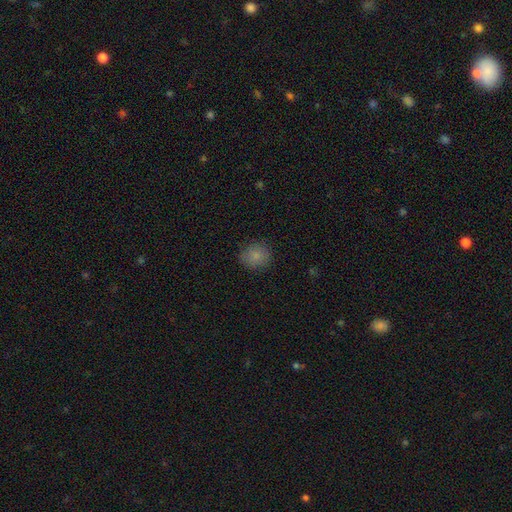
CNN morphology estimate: Overall: smooth (84%). How rounded: round (79%). Merging: none (85%).